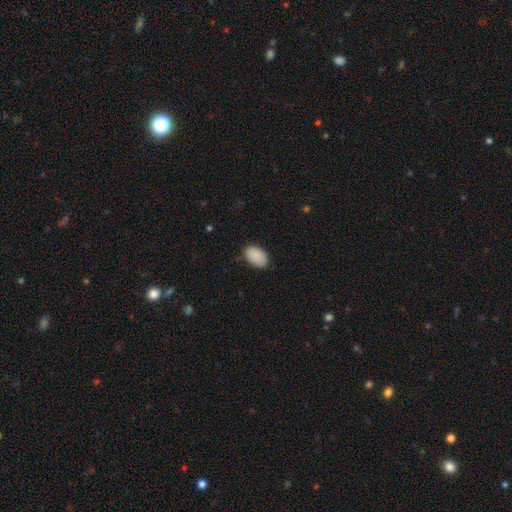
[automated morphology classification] A smooth galaxy with no disk features (90%) that is in between round and cigar-shaped (92%).

Vote fractions:
- Smooth or featured? smooth: 90% / star or artifact: 7% / featured or disk: 4%
- How rounded? in between: 92% / round: 7% / cigar-shaped: 1%
- Merging? none: 83% / minor disturbance: 14% / major disturbance: 2% / merger: 1%